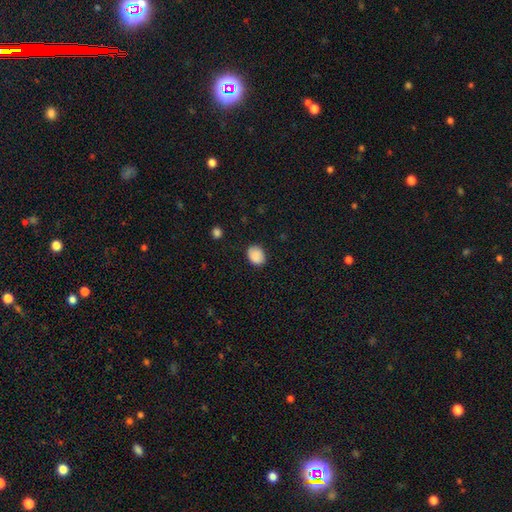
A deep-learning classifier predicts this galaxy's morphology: type=smooth (89%); roundness=in between (58%); merging=none (84%).